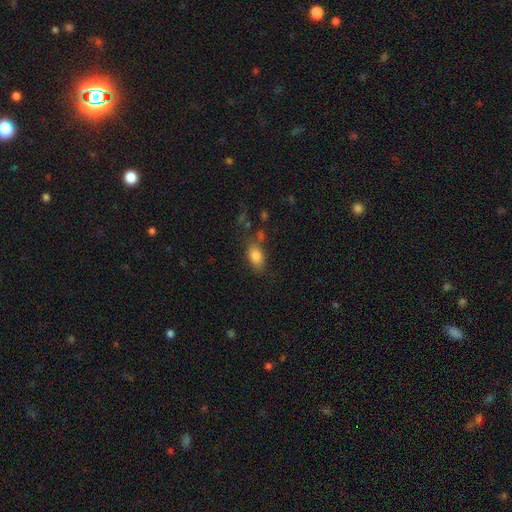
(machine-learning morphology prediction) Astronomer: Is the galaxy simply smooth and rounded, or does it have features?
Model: smooth — 83%.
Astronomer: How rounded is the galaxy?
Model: in between — 85%.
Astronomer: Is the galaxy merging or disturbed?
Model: none — 65%.